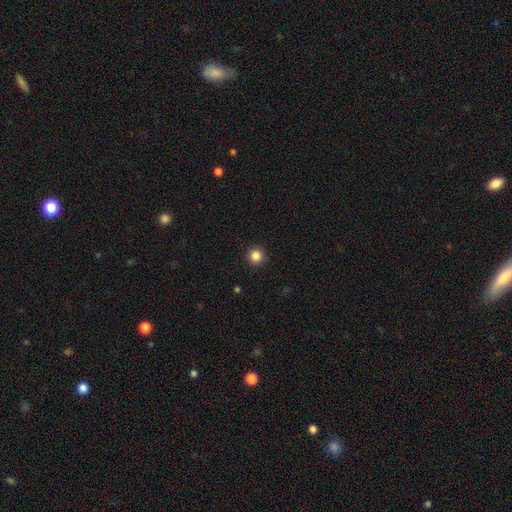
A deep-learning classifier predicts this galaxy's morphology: smooth_or_featured: smooth (p=0.86) [alt: star or artifact p=0.11]
how_rounded: round (p=0.96) [alt: in between p=0.03]
merging: none (p=0.92) [alt: minor disturbance p=0.05]